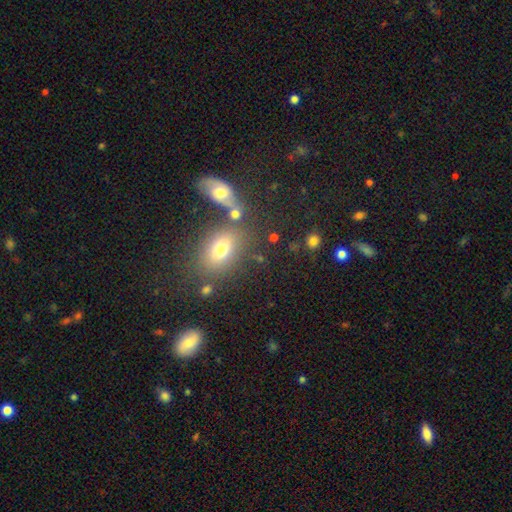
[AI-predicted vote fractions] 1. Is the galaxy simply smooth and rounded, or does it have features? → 66% smooth, 17% star or artifact, 17% featured or disk.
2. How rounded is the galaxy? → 78% in between, 19% round, 3% cigar-shaped.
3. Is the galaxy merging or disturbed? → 62% none, 18% merger, 14% minor disturbance, 6% major disturbance.